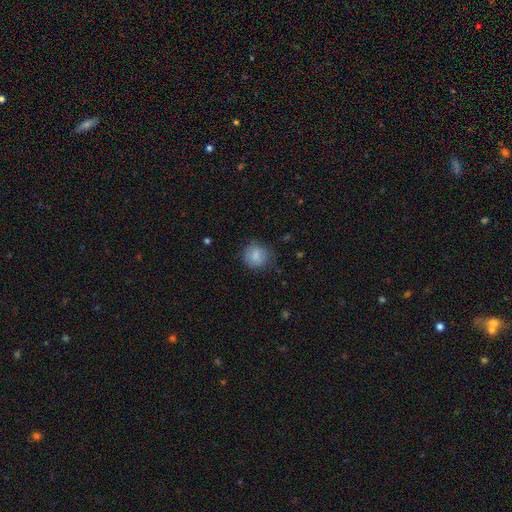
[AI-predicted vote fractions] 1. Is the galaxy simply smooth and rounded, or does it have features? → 83% smooth, 9% star or artifact, 8% featured or disk.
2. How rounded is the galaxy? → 84% round, 15% in between, 1% cigar-shaped.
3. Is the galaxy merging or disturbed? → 78% none, 16% minor disturbance, 5% major disturbance, 1% merger.